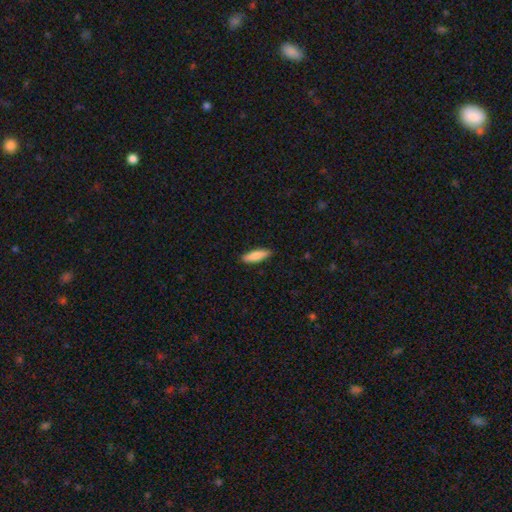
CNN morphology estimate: Overall: smooth (84%). How rounded: cigar-shaped (53%; in between 45%). Merging: none (89%).